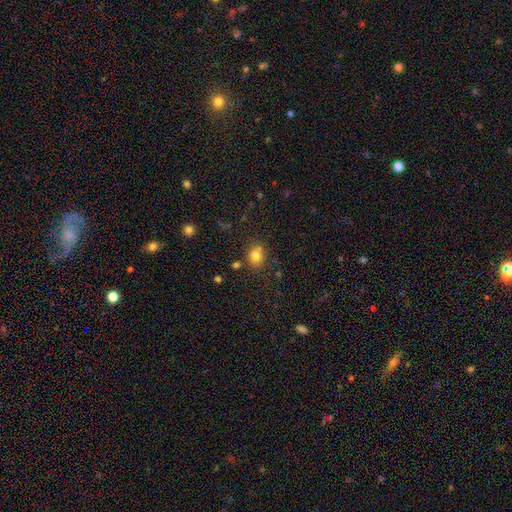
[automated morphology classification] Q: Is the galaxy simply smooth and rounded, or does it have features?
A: smooth — 79%.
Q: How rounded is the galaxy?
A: round — 66%.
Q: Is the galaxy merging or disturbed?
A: none — 70%.